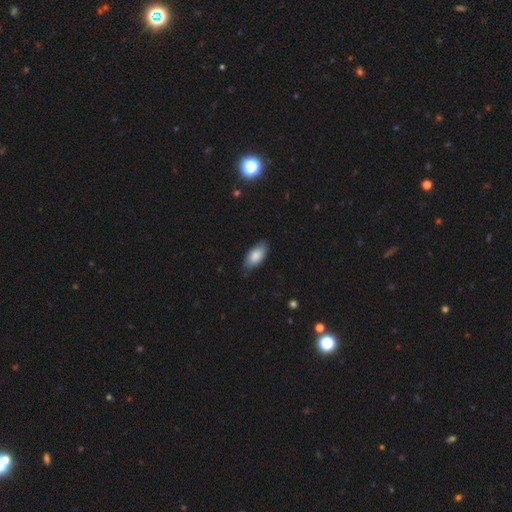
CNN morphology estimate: A smooth galaxy with no disk features (85%) that is in between round and cigar-shaped (93%).

Vote fractions:
- Smooth or featured? smooth: 85% / featured or disk: 9% / star or artifact: 6%
- How rounded? in between: 93% / cigar-shaped: 5% / round: 2%
- Merging? none: 80% / minor disturbance: 16% / major disturbance: 3% / merger: 1%